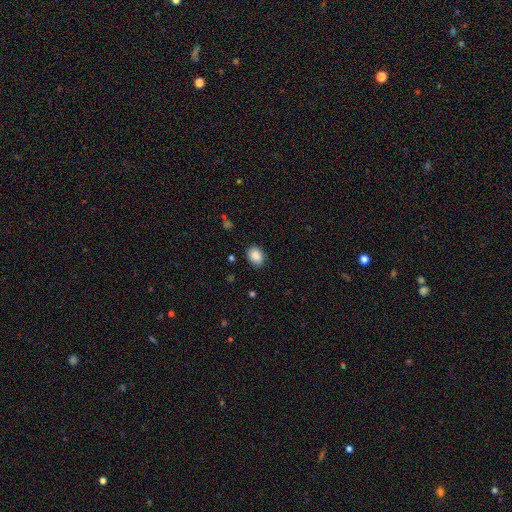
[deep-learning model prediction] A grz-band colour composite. It shows a smooth galaxy with no disk features (88%) that is in between round and cigar-shaped (68%). Merging: none (83%).